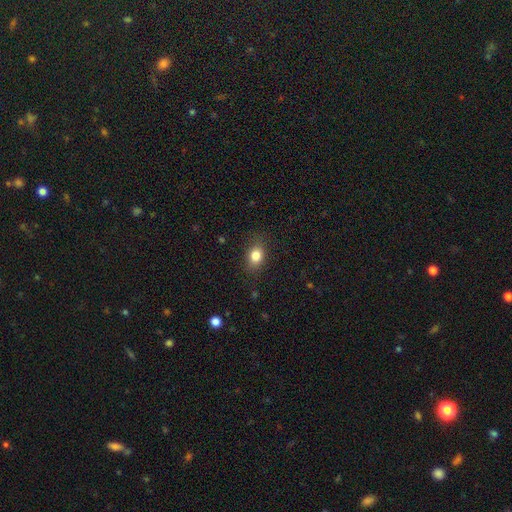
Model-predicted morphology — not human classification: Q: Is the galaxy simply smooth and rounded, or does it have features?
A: smooth — 82%.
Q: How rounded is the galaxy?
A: in between — 64%.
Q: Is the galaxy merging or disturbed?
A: none — 82%.